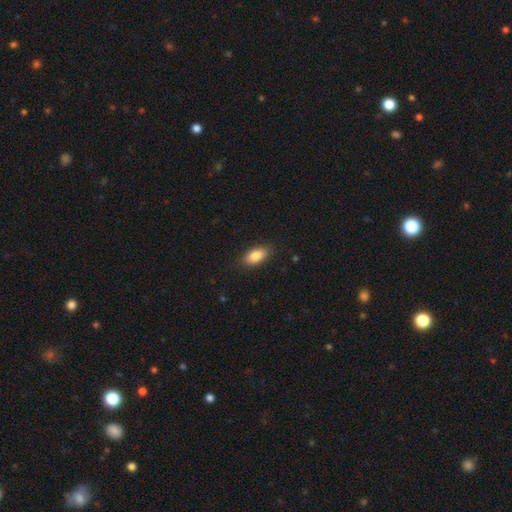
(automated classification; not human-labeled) smooth 85%, featured or disk 8%, star or artifact 7%. Down the decision tree: how rounded — in between (89%); merging — none (87%).